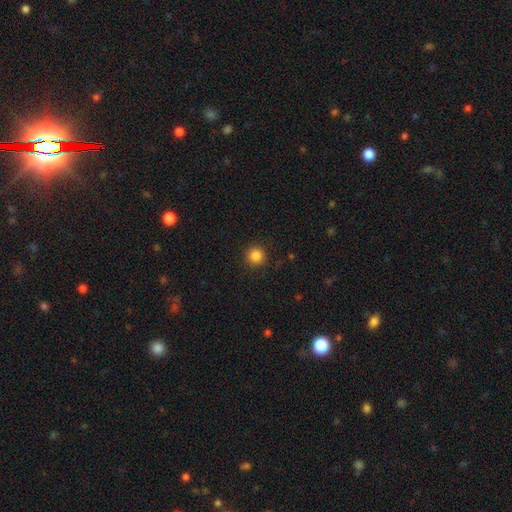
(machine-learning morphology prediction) This appears to be a smooth galaxy with no disk features (85%) that is round (95%). Merging: none (90%).